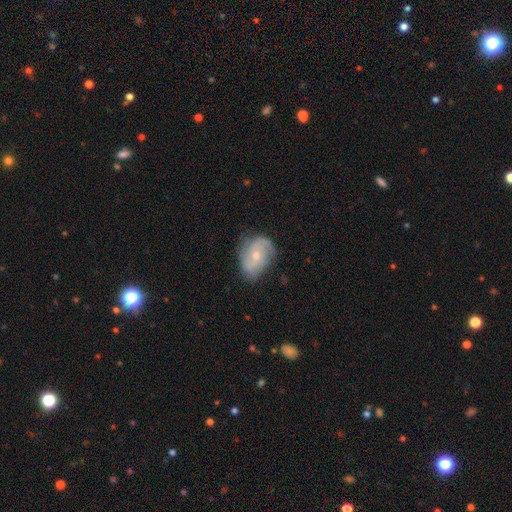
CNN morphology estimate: Overall: featured or disk (71%). Edge-on disk: no (97%). Bar: no (59%; weak 35%). Spiral arms: yes (91%). Spiral arm count: 2 (65%). Spiral winding: medium (44%; loose 30%). Bulge size: small (49%; moderate 47%). Merging: none (67%).